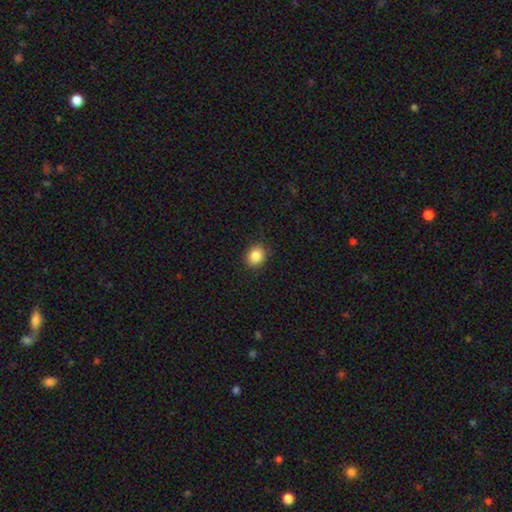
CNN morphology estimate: A smooth galaxy with no disk features (87%) that is round (62%).

Vote fractions:
- Smooth or featured? smooth: 87% / star or artifact: 9% / featured or disk: 4%
- How rounded? round: 62% / in between: 37% / cigar-shaped: 1%
- Merging? none: 88% / minor disturbance: 9% / major disturbance: 2% / merger: 1%